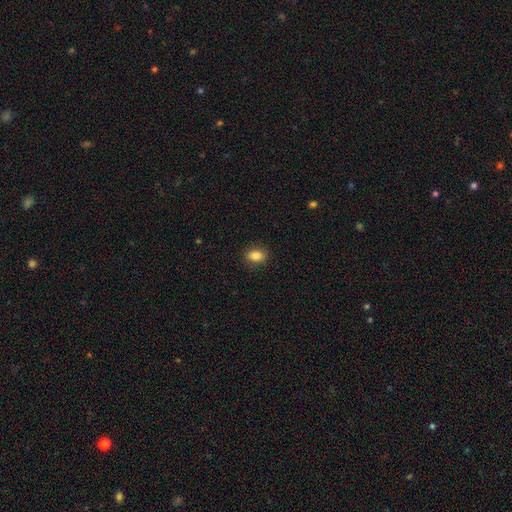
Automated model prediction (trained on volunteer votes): Smooth or featured: smooth — 84% (star or artifact — 9%)
How rounded: in between — 70% (round — 28%)
Merging: none — 88% (minor disturbance — 9%)